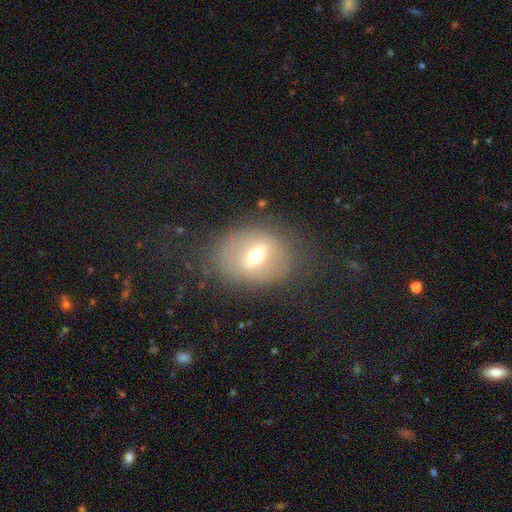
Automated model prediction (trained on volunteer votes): This is possibly a featured or disk galaxy (51%). It is likely not viewed edge-on (78%). Merging: likely none (76%).